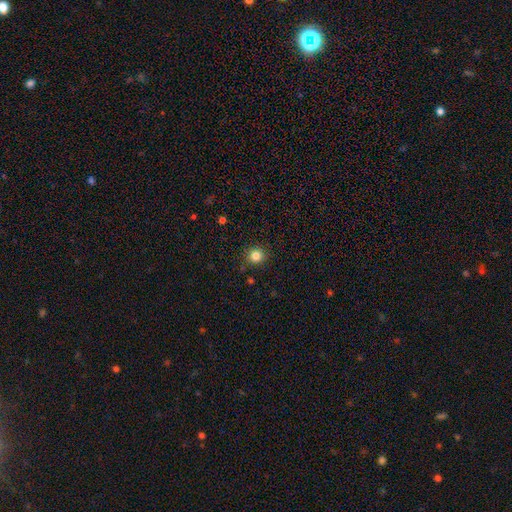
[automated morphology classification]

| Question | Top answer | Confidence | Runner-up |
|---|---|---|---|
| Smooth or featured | smooth | 83% | star or artifact (12%) |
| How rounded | round | 91% | in between (8%) |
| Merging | none | 89% | minor disturbance (7%) |